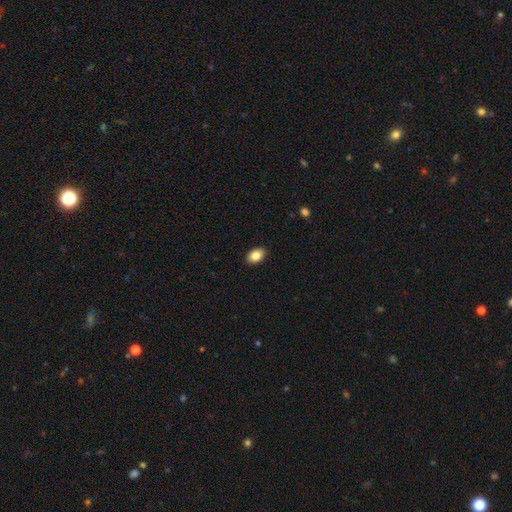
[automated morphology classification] Smooth or featured? Predicted: smooth (p=0.84). How rounded? Predicted: in between (p=0.84). Merging? Predicted: none (p=0.90).